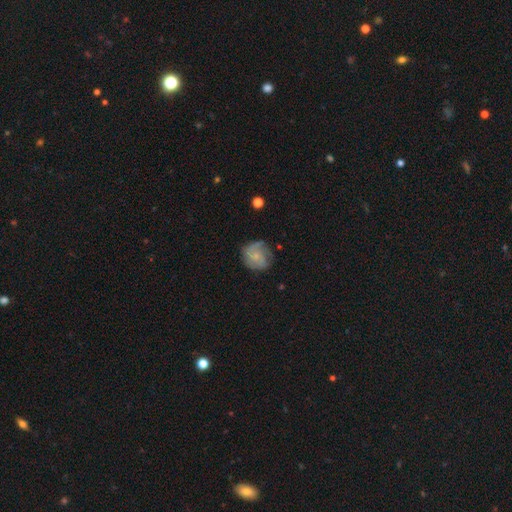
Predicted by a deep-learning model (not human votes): The model was most divided on "smooth or featured": featured or disk: 48%, smooth: 44%, star or artifact: 8%. More confident: merging — none (61%).